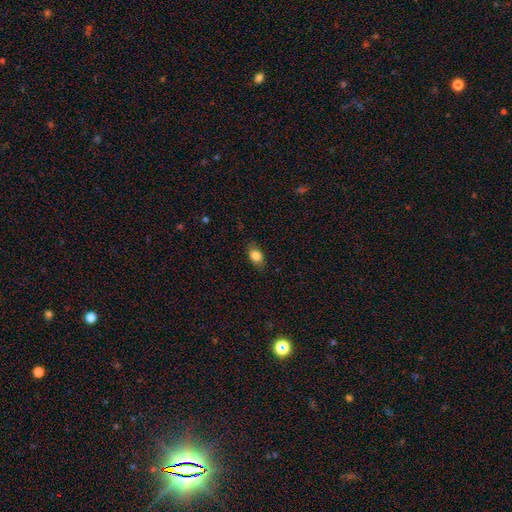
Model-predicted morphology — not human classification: smooth_or_featured: smooth (p=0.84) [alt: star or artifact p=0.08]
how_rounded: in between (p=0.80) [alt: round p=0.17]
merging: none (p=0.81) [alt: minor disturbance p=0.14]